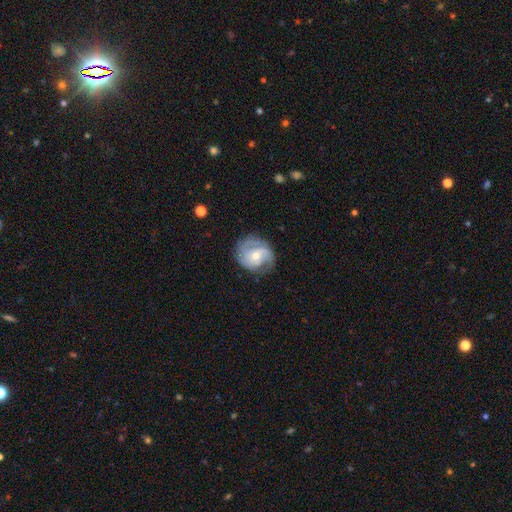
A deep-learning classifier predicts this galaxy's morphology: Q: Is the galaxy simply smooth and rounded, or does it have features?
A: featured or disk — 80%.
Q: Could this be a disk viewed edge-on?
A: no — 98%.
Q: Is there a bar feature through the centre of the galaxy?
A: no — 62%.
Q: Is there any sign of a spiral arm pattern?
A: yes — 94%.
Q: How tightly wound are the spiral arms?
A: tight — 48%.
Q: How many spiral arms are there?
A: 2 — 41%.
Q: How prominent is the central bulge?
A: small — 49%.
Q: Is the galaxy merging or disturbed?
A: none — 71%.